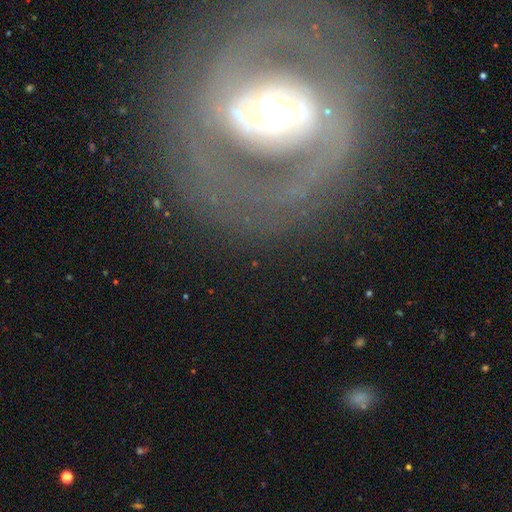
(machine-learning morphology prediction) Smooth or featured?
  - featured or disk: 78% *
  - smooth: 15%
  - star or artifact: 8%
Edge-on disk?
  - no: 95% *
  - yes: 5%
Bar?
  - no: 42% *
  - strong: 30%
  - weak: 28%
Spiral arms?
  - yes: 65% *
  - no: 35%
Bulge size?
  - moderate: 56% *
  - large: 28%
  - small: 10%
  - dominant: 5%
  - none: 1%
Merging?
  - none: 78% *
  - minor disturbance: 11%
  - major disturbance: 9%
  - merger: 2%